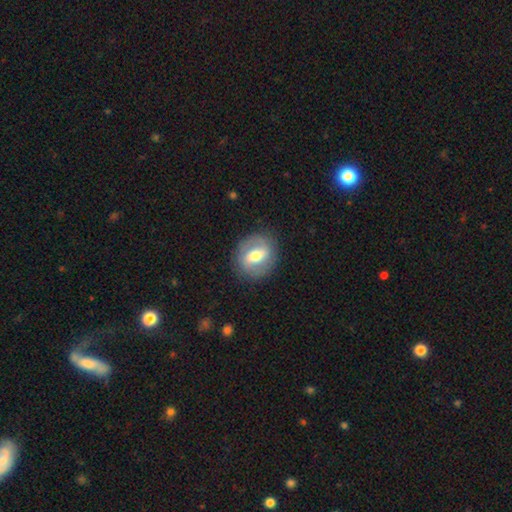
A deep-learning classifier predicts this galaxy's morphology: The model was most divided on "spiral arms": no: 51%, yes: 49%. Remaining: edge-on disk — no (92%); merging — none (84%); bulge size — moderate (69%); smooth or featured — featured or disk (55%); bar — weak (41%).